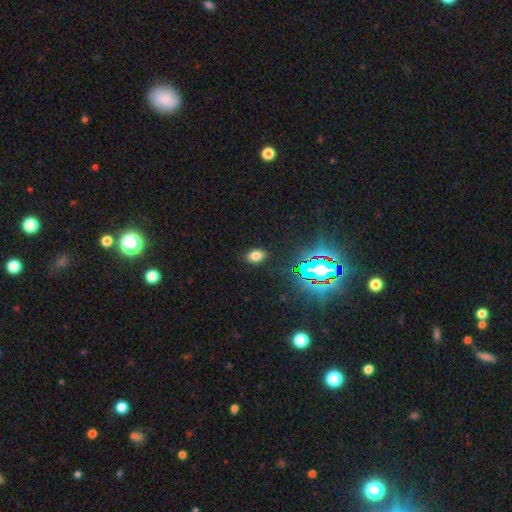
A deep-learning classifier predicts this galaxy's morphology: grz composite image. It shows a smooth galaxy with no disk features (72%) that is in between round and cigar-shaped (85%). Merging: none (87%).